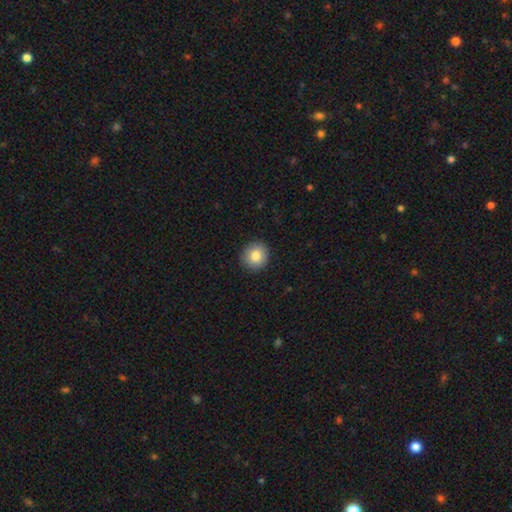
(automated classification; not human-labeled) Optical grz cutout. It shows a smooth galaxy with no disk features (83%) that is round (91%). Merging: none (92%).